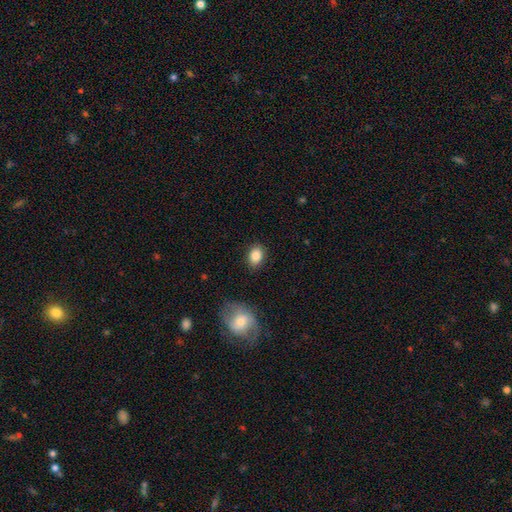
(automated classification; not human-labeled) Smooth or featured? smooth (86%)
How rounded? in between (72%)
Merging? none (87%)